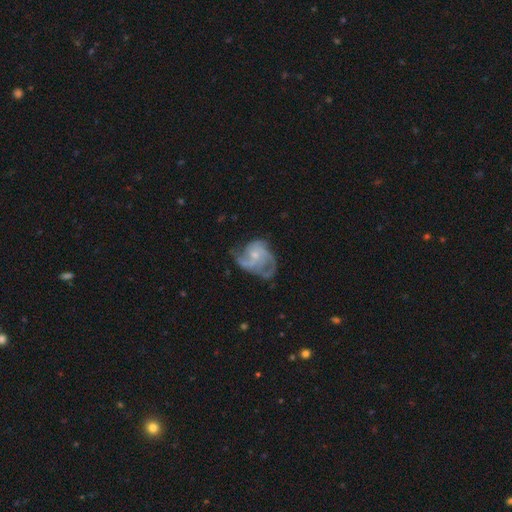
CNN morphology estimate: This appears to be a featured or disk galaxy (81%) with no bar (73%), 3 (43%) medium (49%) spiral arms (91%) and a small central bulge (68%). Merging: none (46%).